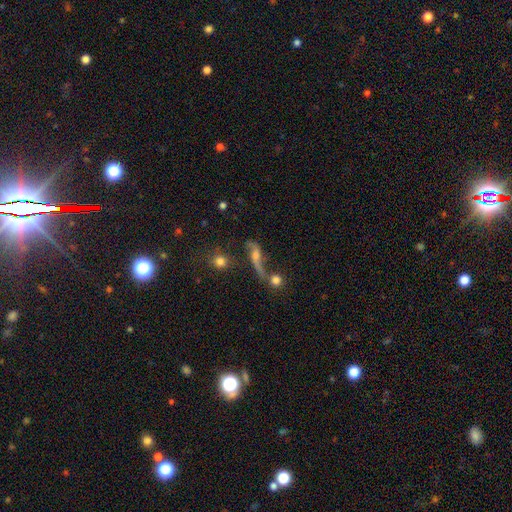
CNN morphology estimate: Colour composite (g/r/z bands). It shows a featured or disk galaxy (63%) with no bar (60%), spiral arms (81%) and a moderate central bulge (41%). Merging: none (39%).